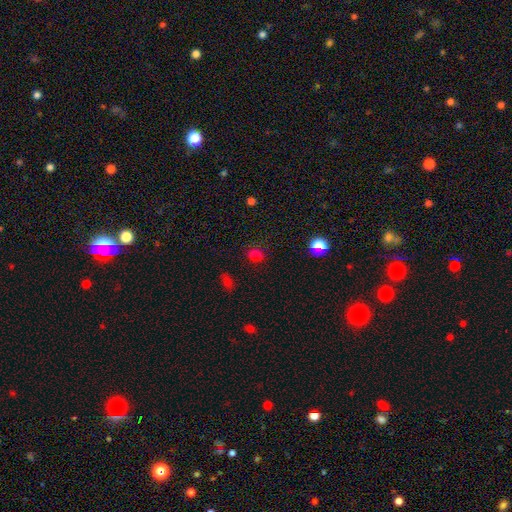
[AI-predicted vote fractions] This is likely a smooth galaxy (68%). How rounded: possibly round (51%). Merging: clearly none (82%).